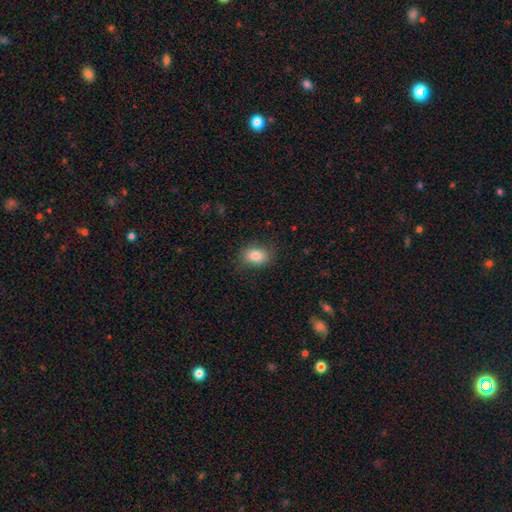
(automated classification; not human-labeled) Smooth or featured: smooth — 84% (star or artifact — 9%)
How rounded: in between — 76% (round — 22%)
Merging: none — 83% (minor disturbance — 12%)